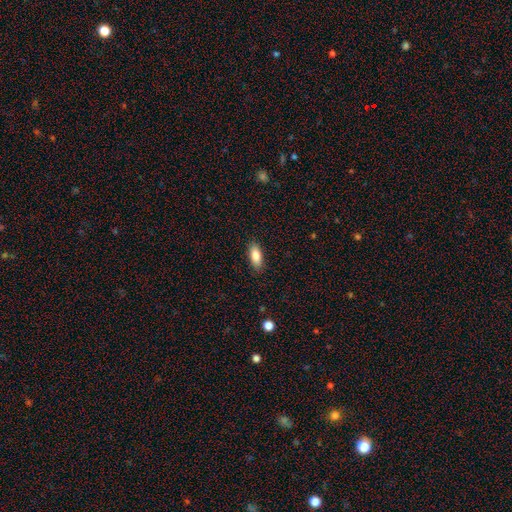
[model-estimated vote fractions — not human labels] The model was most divided on "how rounded": in between: 84%, cigar-shaped: 14%, round: 3%. More confident: merging — none (88%); smooth or featured — smooth (85%).